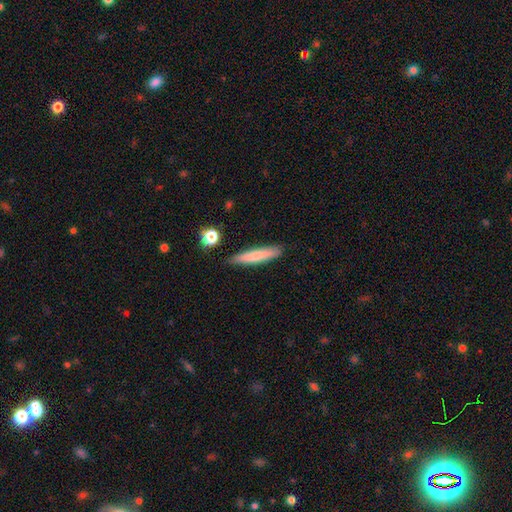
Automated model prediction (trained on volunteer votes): Smooth or featured? smooth (74%)
How rounded? cigar-shaped (91%)
Merging? none (87%)